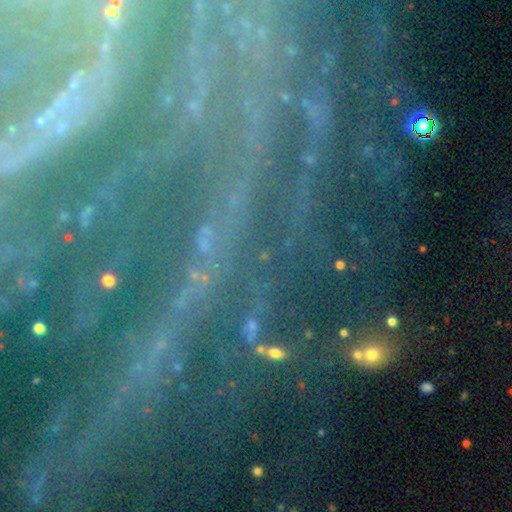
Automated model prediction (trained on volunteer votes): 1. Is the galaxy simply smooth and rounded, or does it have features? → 49% star or artifact, 39% featured or disk, 13% smooth.